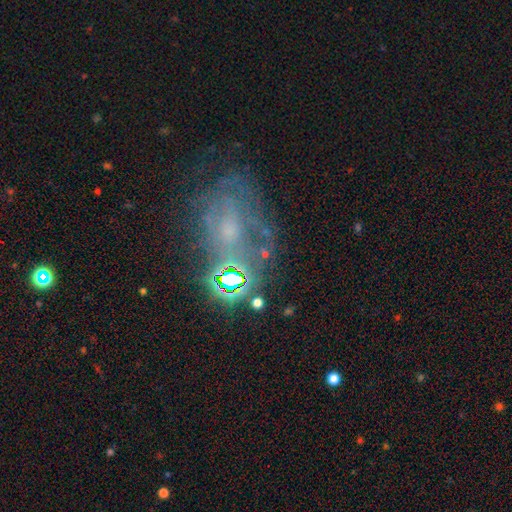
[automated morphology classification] Smooth or featured? Predicted: featured or disk (p=0.50). Merging? Predicted: none (p=0.47).